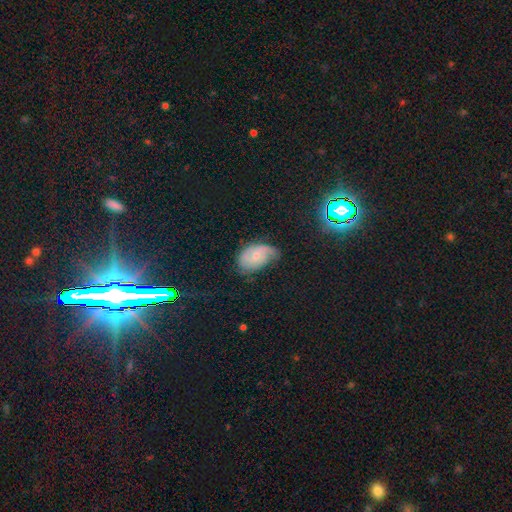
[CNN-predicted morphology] Overall: featured or disk (56%; smooth 32%). Edge-on disk: no (96%). Bar: no (59%; weak 36%). Spiral arms: yes (87%). Bulge size: small (64%; moderate 27%). Merging: none (50%; minor disturbance 34%).